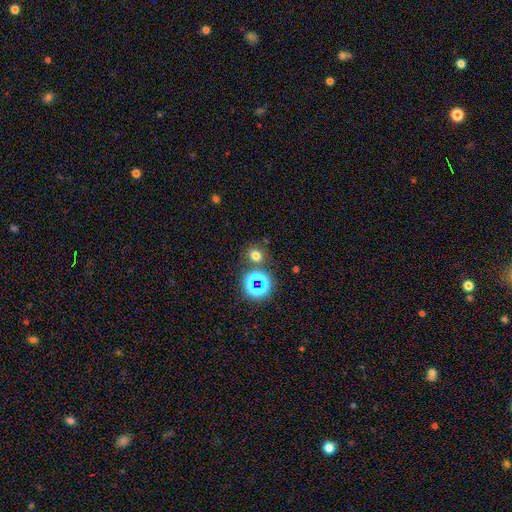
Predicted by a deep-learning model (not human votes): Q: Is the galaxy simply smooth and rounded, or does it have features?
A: smooth — 66%.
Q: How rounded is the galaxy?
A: round — 71%.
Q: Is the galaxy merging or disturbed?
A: none — 77%.